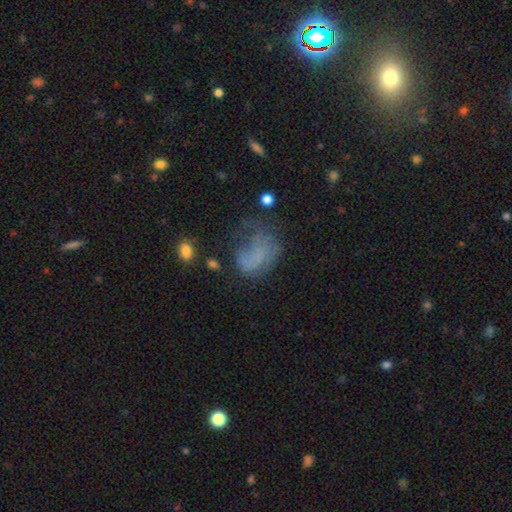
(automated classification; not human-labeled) Morphology: type=smooth (52%); roundness=in between (73%); merging=major disturbance (43%).